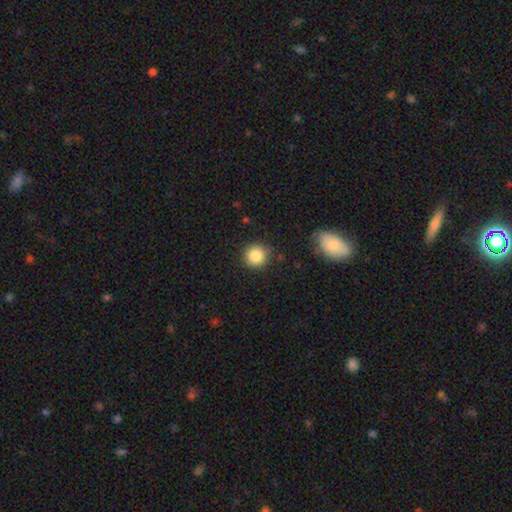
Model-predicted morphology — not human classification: Smooth or featured? Predicted: smooth (p=0.85). How rounded? Predicted: round (p=0.92). Merging? Predicted: none (p=0.86).